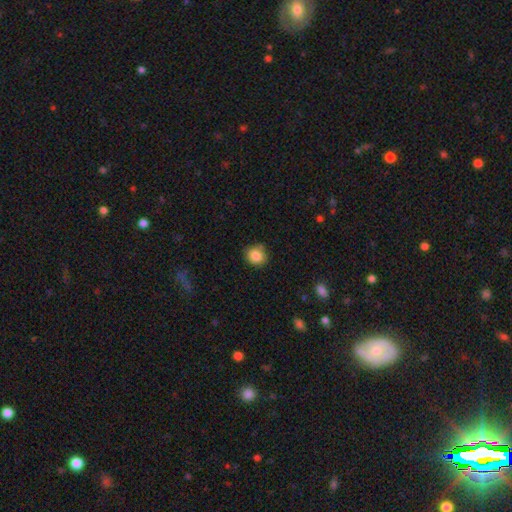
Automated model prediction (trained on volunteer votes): The model was most divided on "how rounded": round: 78%, in between: 21%, cigar-shaped: 1%. More confident: smooth or featured — smooth (85%); merging — none (78%).